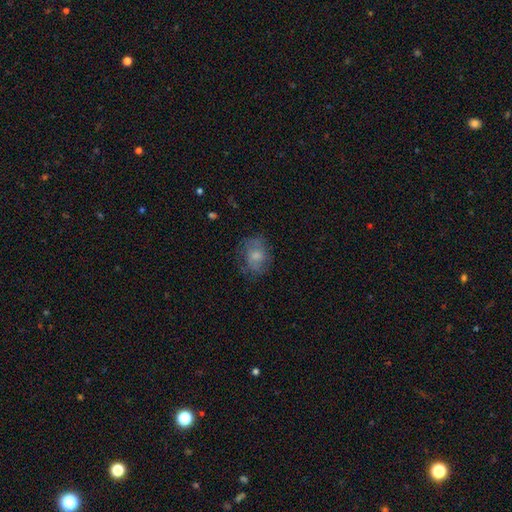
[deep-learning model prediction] This is likely a smooth galaxy (64%). How rounded: possibly in between (52%). Merging: likely none (63%).